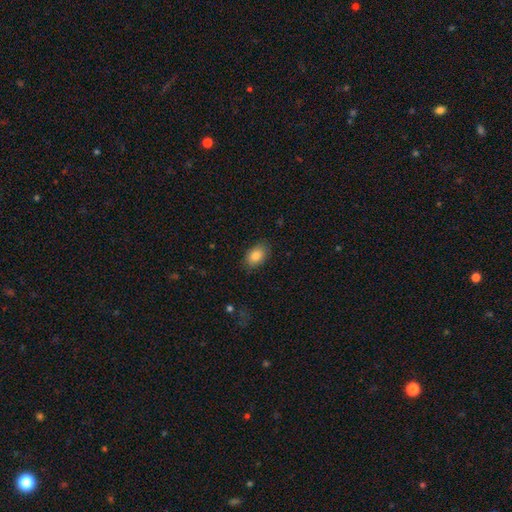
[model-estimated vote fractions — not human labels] A smooth galaxy with no disk features (85%) that is in between round and cigar-shaped (84%).

Vote fractions:
- Smooth or featured? smooth: 85% / star or artifact: 8% / featured or disk: 7%
- How rounded? in between: 84% / round: 15% / cigar-shaped: 1%
- Merging? none: 83% / minor disturbance: 13% / major disturbance: 3% / merger: 1%